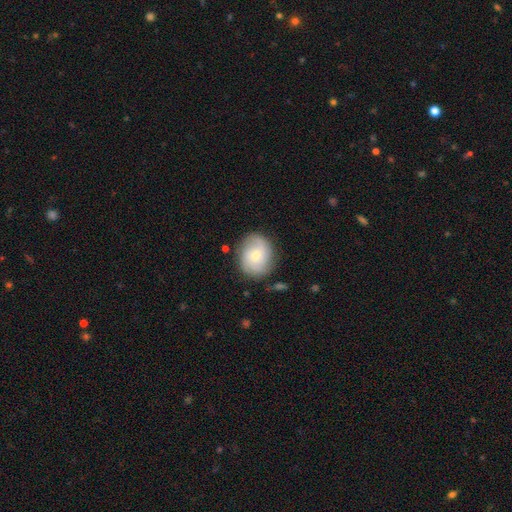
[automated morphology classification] A featured or disk galaxy (50%). Merging: none (78%).